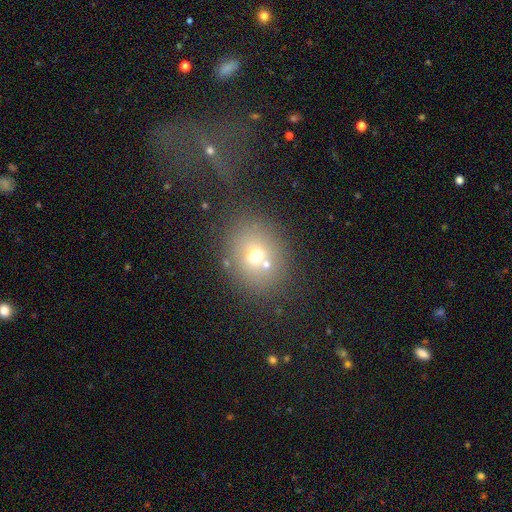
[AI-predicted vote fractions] Morphology: type=smooth (65%); roundness=round (65%); merging=none (68%).